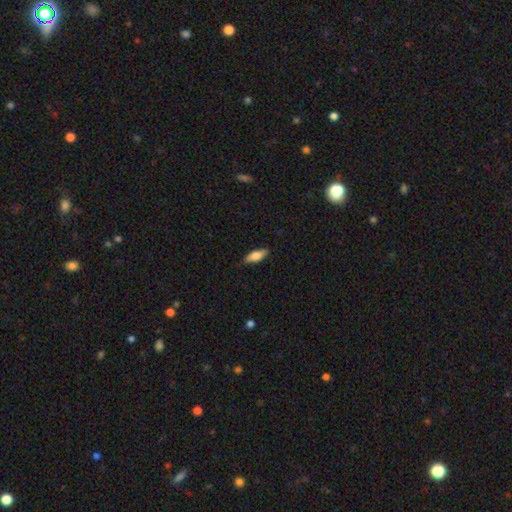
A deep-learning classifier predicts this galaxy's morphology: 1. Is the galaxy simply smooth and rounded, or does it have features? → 73% smooth, 21% featured or disk, 6% star or artifact.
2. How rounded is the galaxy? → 68% in between, 30% cigar-shaped, 2% round.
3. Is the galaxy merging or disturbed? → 83% none, 13% minor disturbance, 2% major disturbance, 1% merger.